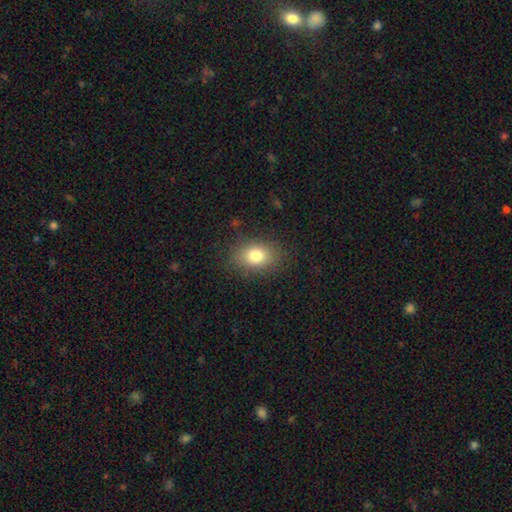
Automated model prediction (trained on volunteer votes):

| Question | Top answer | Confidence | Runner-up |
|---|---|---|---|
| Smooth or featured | smooth | 80% | star or artifact (10%) |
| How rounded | in between | 70% | round (29%) |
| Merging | none | 84% | minor disturbance (11%) |